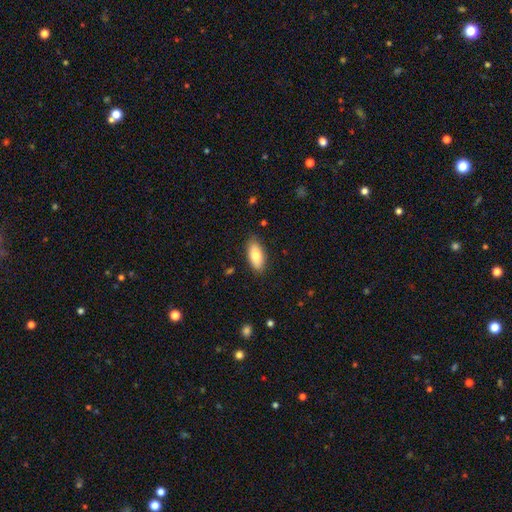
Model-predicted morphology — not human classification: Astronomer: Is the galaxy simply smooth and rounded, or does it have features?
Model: smooth — 80%.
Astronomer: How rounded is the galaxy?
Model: in between — 88%.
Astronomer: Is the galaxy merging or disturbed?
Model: none — 84%.